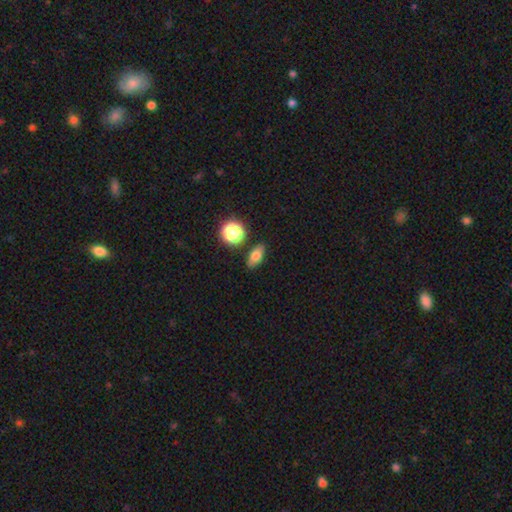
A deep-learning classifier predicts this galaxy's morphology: A smooth galaxy with no disk features (74%) that is in between round and cigar-shaped (78%). Merging: none (85%).